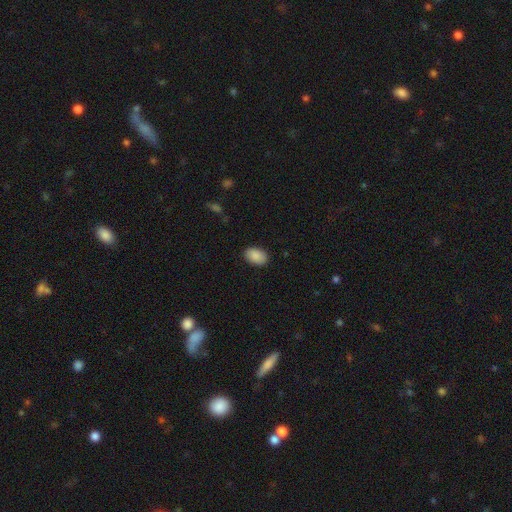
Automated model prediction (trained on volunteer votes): Smooth or featured? Predicted: smooth (p=0.90). How rounded? Predicted: in between (p=0.90). Merging? Predicted: none (p=0.88).